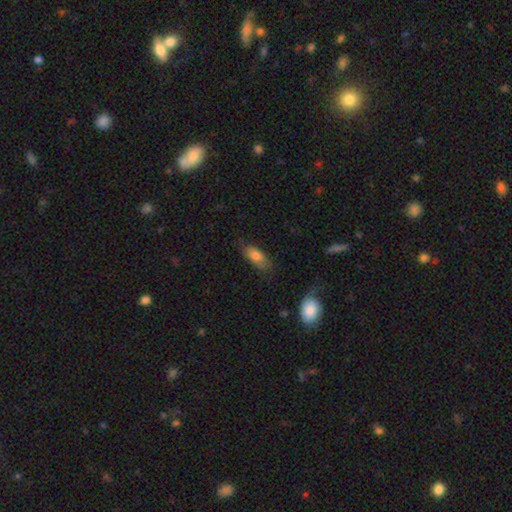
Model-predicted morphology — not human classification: smooth_or_featured: smooth (p=0.77) [alt: featured or disk p=0.16]
how_rounded: in between (p=0.77) [alt: cigar-shaped p=0.20]
merging: none (p=0.70) [alt: minor disturbance p=0.22]